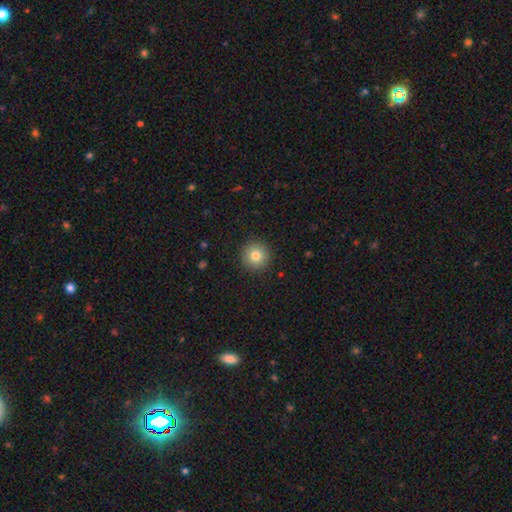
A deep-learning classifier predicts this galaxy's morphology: A smooth galaxy with no disk features (80%) that is round (96%). Merging: none (92%).